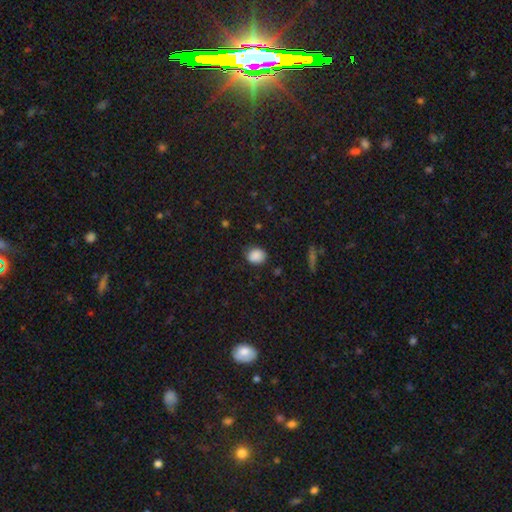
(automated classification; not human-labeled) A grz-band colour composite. It shows a smooth galaxy with no disk features (87%) that is round (57%). Merging: none (78%).